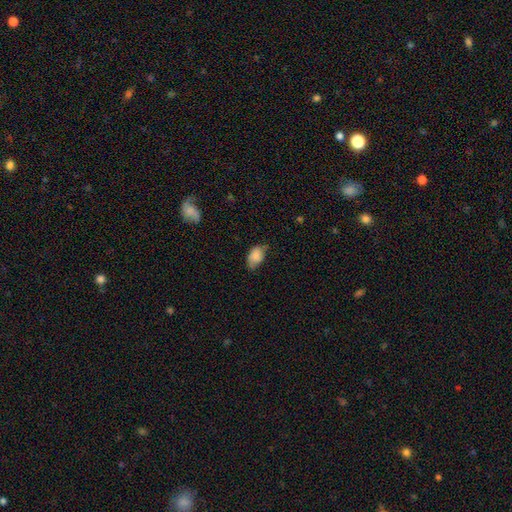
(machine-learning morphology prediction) Smooth or featured: smooth — 79% (featured or disk — 13%)
How rounded: in between — 87% (round — 12%)
Merging: none — 49% (minor disturbance — 38%)